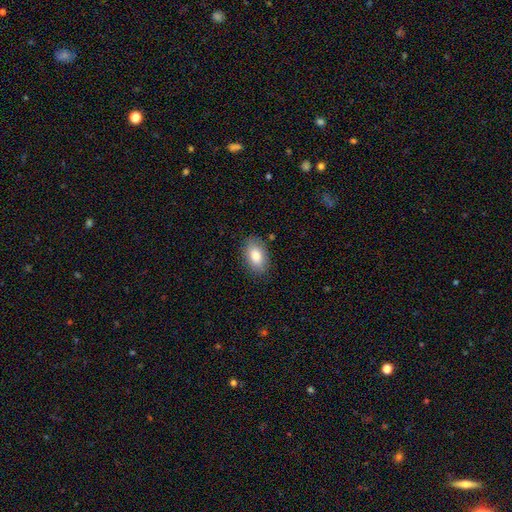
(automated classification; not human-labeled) smooth_or_featured: smooth (p=0.81) [alt: featured or disk p=0.12]
how_rounded: in between (p=0.91) [alt: round p=0.07]
merging: none (p=0.84) [alt: minor disturbance p=0.12]